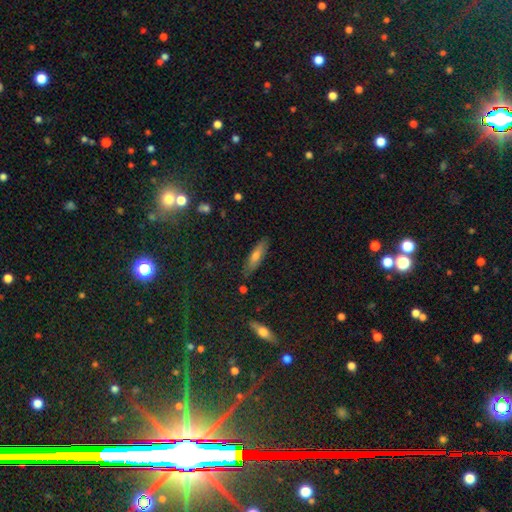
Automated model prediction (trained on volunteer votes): A smooth galaxy with no disk features (61%) that is cigar-shaped (68%). Merging: none (85%).